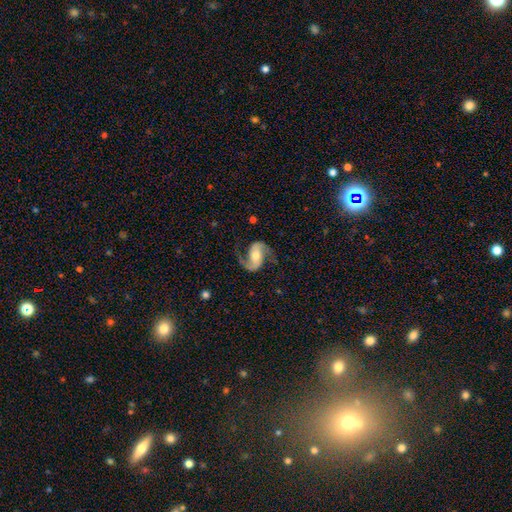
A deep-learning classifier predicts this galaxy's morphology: Smooth or featured? Predicted: featured or disk (p=0.90). Edge-on disk? Predicted: no (p=0.98). Bar? Predicted: no (p=0.43). Spiral arms? Predicted: yes (p=0.97). Spiral winding? Predicted: medium (p=0.46). Spiral arm count? Predicted: 2 (p=0.93). Bulge size? Predicted: moderate (p=0.62). Merging? Predicted: none (p=0.75).